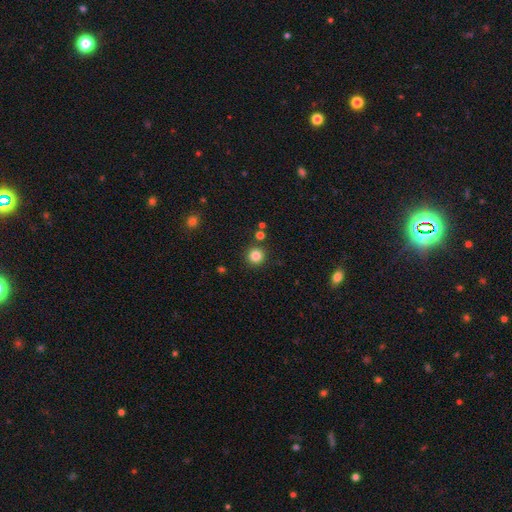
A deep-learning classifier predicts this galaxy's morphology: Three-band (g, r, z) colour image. It shows a smooth galaxy with no disk features (84%) that is round (95%). Merging: none (88%).